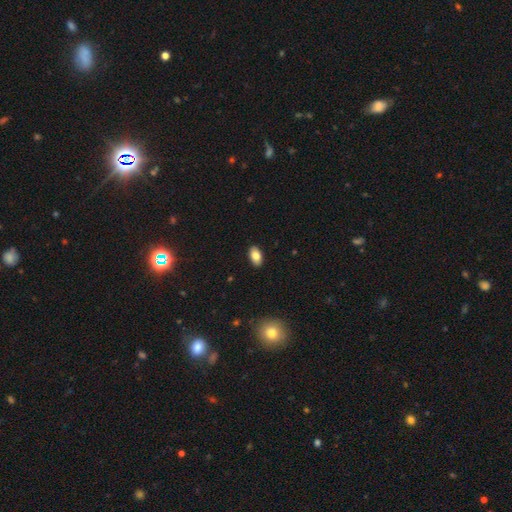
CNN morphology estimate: Smooth or featured?
  - smooth: 82% *
  - featured or disk: 10%
  - star or artifact: 8%
How rounded?
  - in between: 93% *
  - round: 5%
  - cigar-shaped: 3%
Merging?
  - none: 89% *
  - minor disturbance: 8%
  - major disturbance: 2%
  - merger: 1%